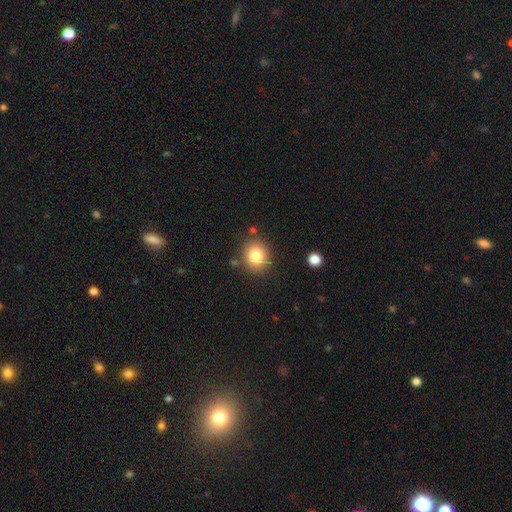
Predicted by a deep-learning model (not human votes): Smooth or featured? smooth (82%)
How rounded? round (75%)
Merging? none (82%)